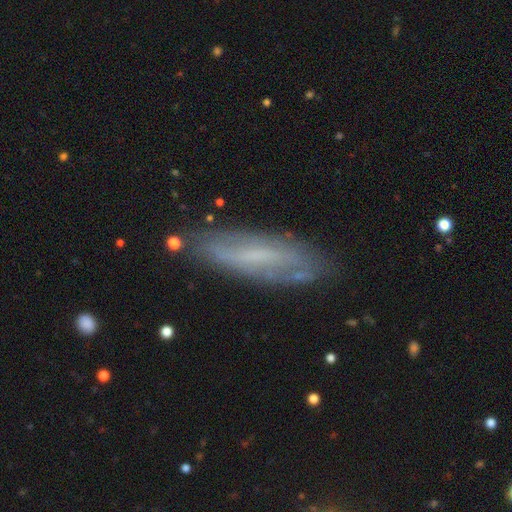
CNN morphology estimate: featured or disk 57%, smooth 35%, star or artifact 9%. Down the decision tree: edge-on disk — no (61%); merging — none (75%).